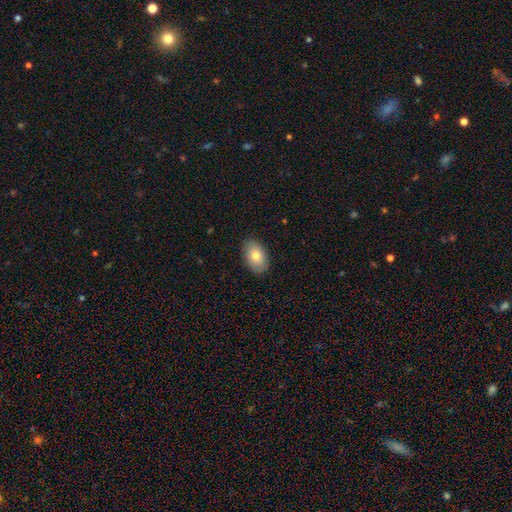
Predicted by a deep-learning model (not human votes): Smooth or featured?
  - smooth: 79% *
  - featured or disk: 14%
  - star or artifact: 7%
How rounded?
  - in between: 90% *
  - round: 9%
  - cigar-shaped: 1%
Merging?
  - none: 88% *
  - minor disturbance: 9%
  - major disturbance: 2%
  - merger: 1%